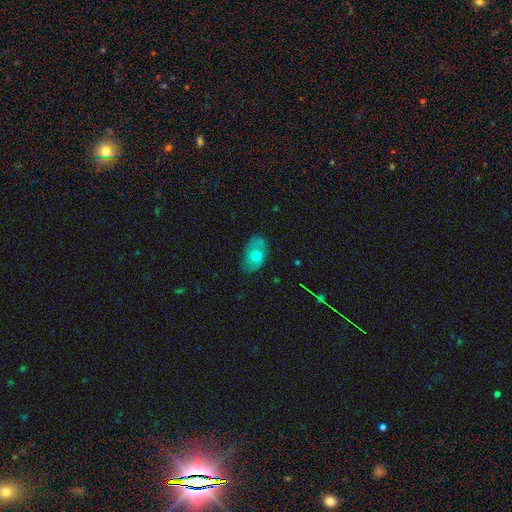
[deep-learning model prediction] smooth-or-featured: smooth: 60% | featured or disk: 32% | star or artifact: 8%
  how-rounded: in between: 85% | round: 13% | cigar-shaped: 2%
  merging: none: 72% | minor disturbance: 21% | major disturbance: 5% | merger: 2%